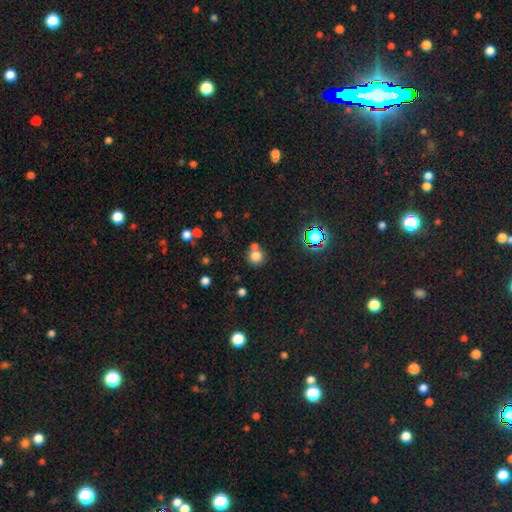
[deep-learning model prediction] The model was most divided on "merging": none: 62%, merger: 26%, minor disturbance: 9%, major disturbance: 3%. More confident: how rounded — round (90%); smooth or featured — smooth (77%).